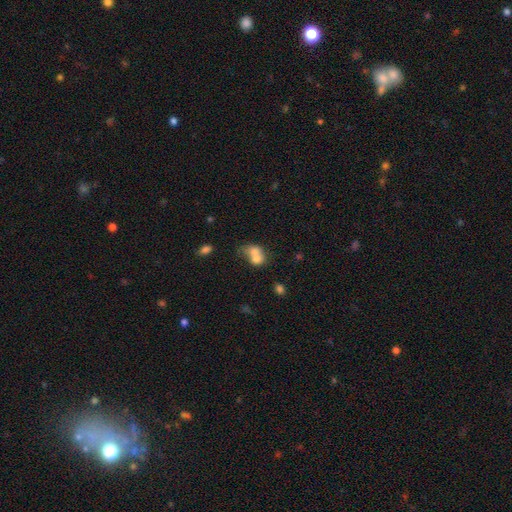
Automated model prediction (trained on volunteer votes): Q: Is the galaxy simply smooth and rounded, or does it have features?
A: smooth — 69%.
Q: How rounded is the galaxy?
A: in between — 49%, tied with round.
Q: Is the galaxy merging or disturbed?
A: merger — 70%.